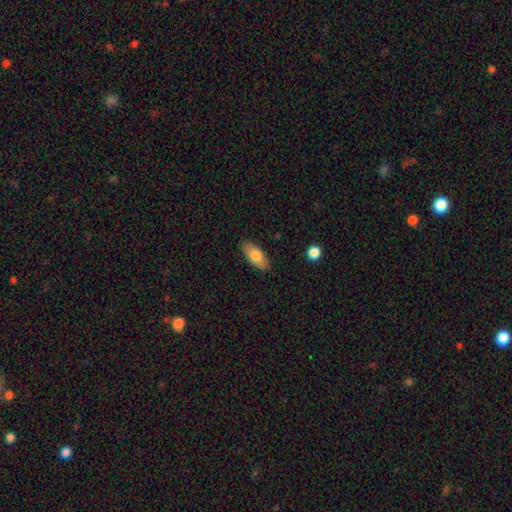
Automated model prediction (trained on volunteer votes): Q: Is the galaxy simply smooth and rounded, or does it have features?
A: smooth — 77%.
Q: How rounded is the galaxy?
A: in between — 86%.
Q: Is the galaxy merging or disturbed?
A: none — 87%.